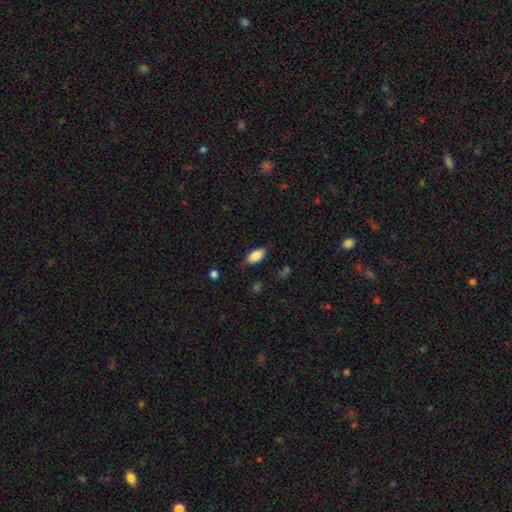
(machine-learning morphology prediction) smooth-or-featured: smooth: 84% | featured or disk: 9% | star or artifact: 7%
  how-rounded: in between: 89% | cigar-shaped: 8% | round: 3%
  merging: none: 76% | minor disturbance: 19% | major disturbance: 4% | merger: 1%